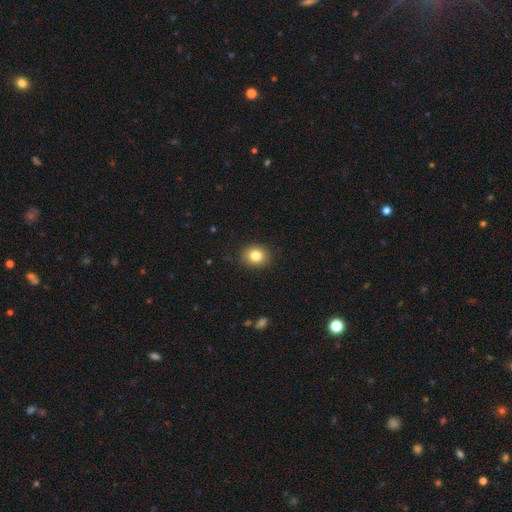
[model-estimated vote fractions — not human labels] Smooth or featured?
  - smooth: 82% *
  - star or artifact: 10%
  - featured or disk: 8%
How rounded?
  - round: 67% *
  - in between: 32%
  - cigar-shaped: 1%
Merging?
  - none: 88% *
  - minor disturbance: 9%
  - major disturbance: 2%
  - merger: 1%